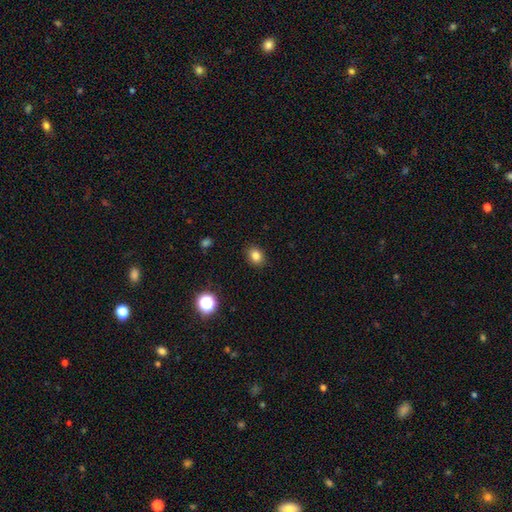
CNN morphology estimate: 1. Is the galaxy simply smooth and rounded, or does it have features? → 82% smooth, 12% star or artifact, 5% featured or disk.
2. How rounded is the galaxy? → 54% round, 45% in between, 1% cigar-shaped.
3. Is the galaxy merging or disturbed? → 89% none, 7% minor disturbance, 2% major disturbance, 1% merger.